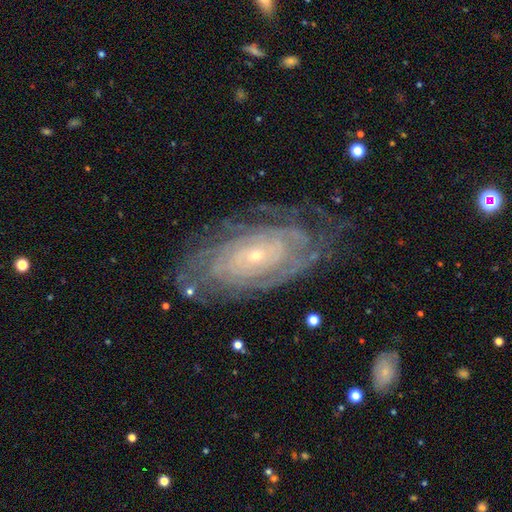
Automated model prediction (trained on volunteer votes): A featured or disk galaxy (84%) with no bar (75%), tight (81%) spiral arms (92%) and a small central bulge (82%).

Vote fractions:
- Smooth or featured? featured or disk: 84% / smooth: 9% / star or artifact: 7%
- Edge-on disk? no: 94% / yes: 6%
- Bar? no: 75% / weak: 18% / strong: 7%
- Spiral arms? yes: 92% / no: 8%
- Spiral winding? tight: 81% / medium: 15% / loose: 4%
- Spiral arm count? can't tell: 47% / 4: 13% / 2: 13% / more than 4: 11% / 3: 10% / 1: 6%
- Bulge size? small: 82% / moderate: 14% / large: 1% / none: 1% / dominant: 1%
- Merging? none: 74% / minor disturbance: 17% / major disturbance: 8% / merger: 2%